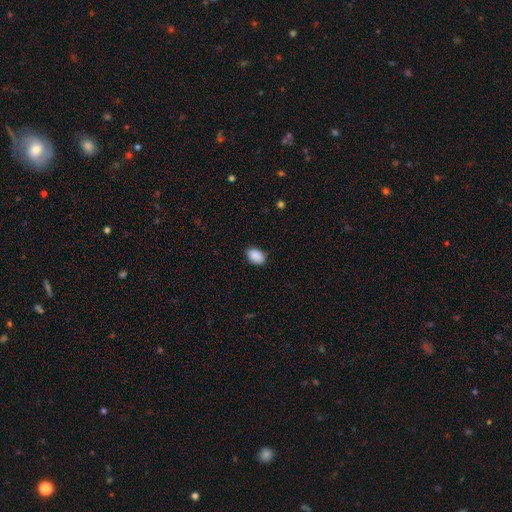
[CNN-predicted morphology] Smooth or featured? smooth (90%)
How rounded? in between (85%)
Merging? none (85%)